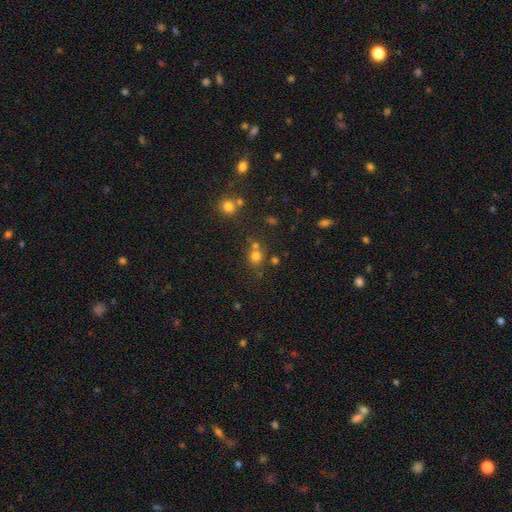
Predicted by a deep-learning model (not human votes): Smooth or featured? smooth (71%)
How rounded? round (79%)
Merging? none (56%)